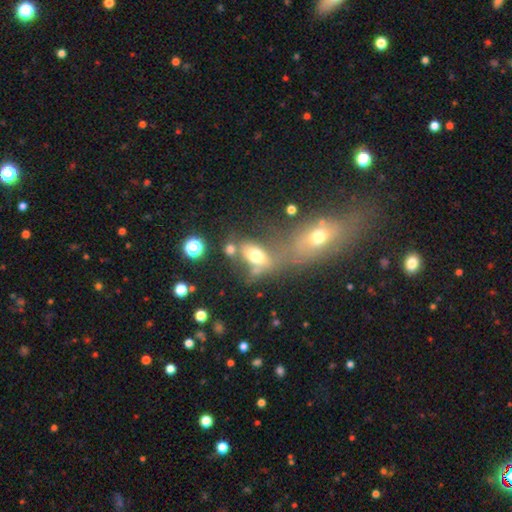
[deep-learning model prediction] Smooth or featured?
  - smooth: 64% *
  - featured or disk: 22%
  - star or artifact: 15%
How rounded?
  - in between: 79% *
  - round: 17%
  - cigar-shaped: 4%
Merging?
  - merger: 42% *
  - none: 31%
  - major disturbance: 13%
  - minor disturbance: 13%